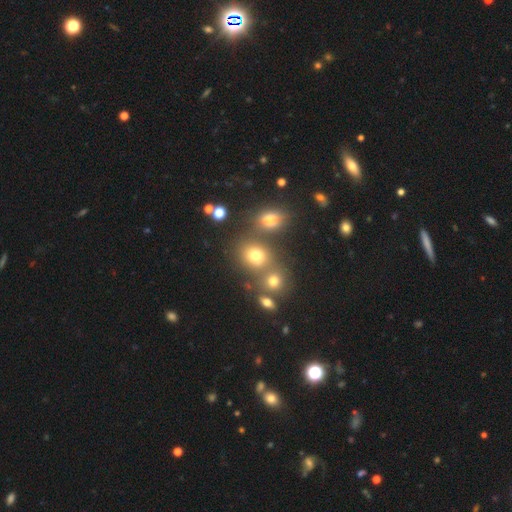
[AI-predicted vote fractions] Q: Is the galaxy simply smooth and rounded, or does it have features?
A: smooth — 72%.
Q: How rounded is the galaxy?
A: round — 71%.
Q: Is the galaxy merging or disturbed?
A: none — 58%.